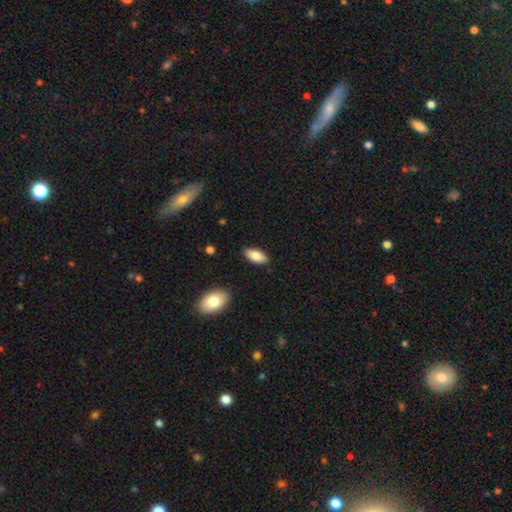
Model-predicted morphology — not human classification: A smooth galaxy with no disk features (83%) that is in between round and cigar-shaped (89%). Merging: none (87%).